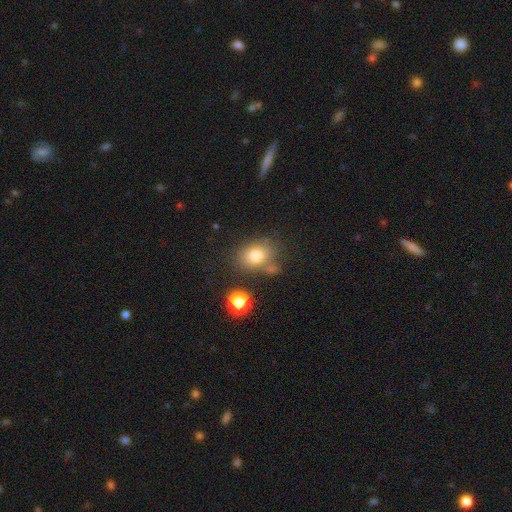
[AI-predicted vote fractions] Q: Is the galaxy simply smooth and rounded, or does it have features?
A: smooth — 77%.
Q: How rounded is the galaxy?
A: in between — 57%.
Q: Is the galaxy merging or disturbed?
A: none — 64%.